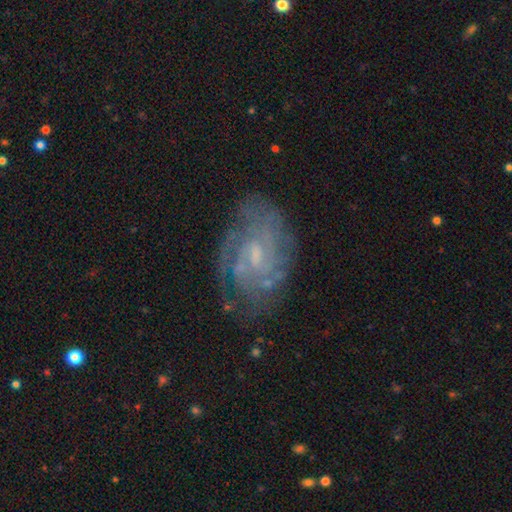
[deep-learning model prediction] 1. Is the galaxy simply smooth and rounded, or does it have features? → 79% featured or disk, 13% smooth, 8% star or artifact.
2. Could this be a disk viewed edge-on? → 96% no, 4% yes.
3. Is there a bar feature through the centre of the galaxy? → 55% weak, 34% no, 10% strong.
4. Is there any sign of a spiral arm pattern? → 89% yes, 11% no.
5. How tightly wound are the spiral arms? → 59% tight, 32% medium, 9% loose.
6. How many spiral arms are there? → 45% can't tell, 21% 2, 15% 3, 9% 4, 5% 1, 5% more than 4.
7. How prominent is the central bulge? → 50% small, 27% moderate, 20% none, 2% large, 1% dominant.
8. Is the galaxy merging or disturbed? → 69% none, 19% minor disturbance, 10% major disturbance, 2% merger.